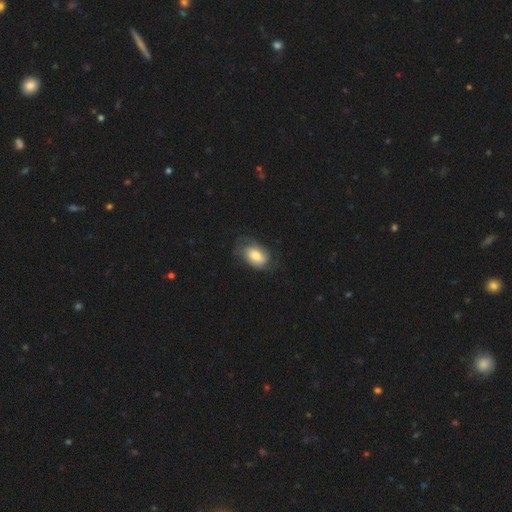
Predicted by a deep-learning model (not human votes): Smooth or featured? smooth (53%)
How rounded? in between (84%)
Merging? none (59%)